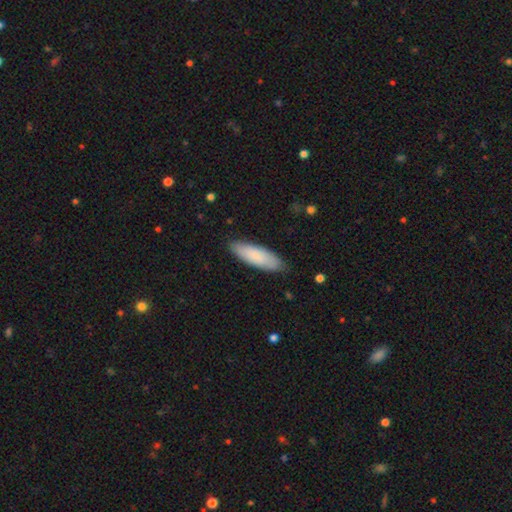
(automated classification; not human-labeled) Smooth or featured: smooth — 84% (featured or disk — 11%)
How rounded: in between — 54% (cigar-shaped — 44%)
Merging: none — 85% (minor disturbance — 12%)